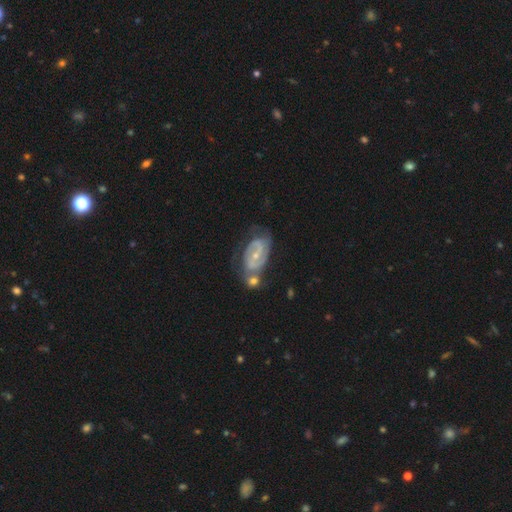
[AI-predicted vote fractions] Morphology: type=featured or disk (83%); edge-on=no (96%); bar=weak (44%); spiral arms=yes (93%); winding=tight (51%); arm count=2 (75%); bulge=small (61%); merging=none (45%).